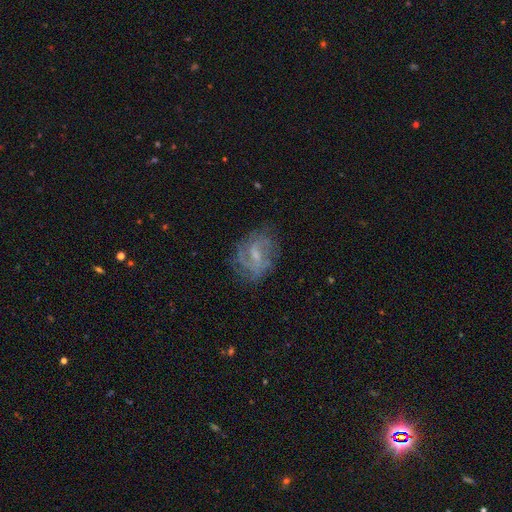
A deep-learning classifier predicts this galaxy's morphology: smooth_or_featured: featured or disk (p=0.75) [alt: smooth p=0.16]
disk_edge_on: no (p=0.97) [alt: yes p=0.03]
bar: weak (p=0.57) [alt: no p=0.29]
has_spiral_arms: yes (p=0.88) [alt: no p=0.12]
spiral_winding: medium (p=0.43) [alt: tight p=0.36]
spiral_arm_count: 2 (p=0.35) [alt: can't tell p=0.32]
bulge_size: small (p=0.50) [alt: moderate p=0.33]
merging: none (p=0.70) [alt: minor disturbance p=0.18]